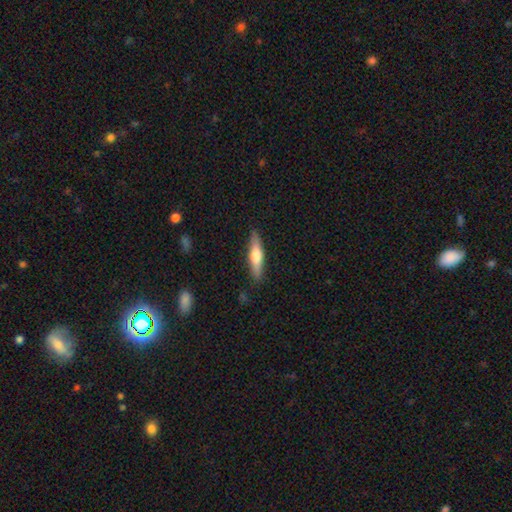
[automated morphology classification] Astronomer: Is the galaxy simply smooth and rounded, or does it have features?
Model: smooth — 50% (runner-up: featured or disk, 44%).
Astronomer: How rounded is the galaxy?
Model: cigar-shaped — 77%.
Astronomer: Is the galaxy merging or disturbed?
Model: none — 88%.